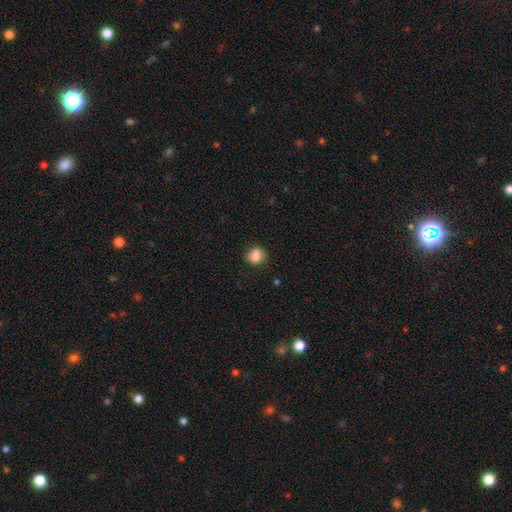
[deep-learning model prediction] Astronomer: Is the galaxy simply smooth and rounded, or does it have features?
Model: smooth — 84%.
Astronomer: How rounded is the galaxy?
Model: round — 62%.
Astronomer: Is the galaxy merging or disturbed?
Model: none — 70%.